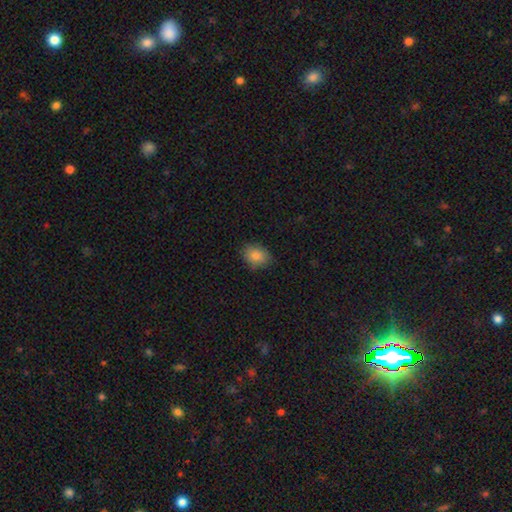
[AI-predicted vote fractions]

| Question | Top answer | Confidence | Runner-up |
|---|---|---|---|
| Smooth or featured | smooth | 85% | star or artifact (9%) |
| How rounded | in between | 67% | round (32%) |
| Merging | none | 83% | minor disturbance (14%) |